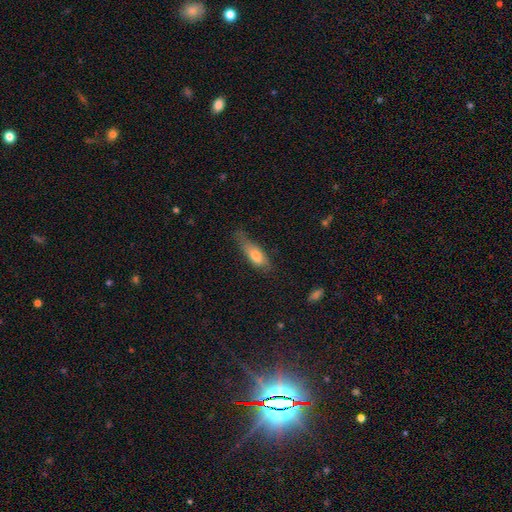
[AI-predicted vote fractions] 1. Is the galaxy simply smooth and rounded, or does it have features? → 71% smooth, 22% featured or disk, 7% star or artifact.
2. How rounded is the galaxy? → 53% in between, 45% cigar-shaped, 3% round.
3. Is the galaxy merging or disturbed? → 50% none, 34% minor disturbance, 13% major disturbance, 2% merger.